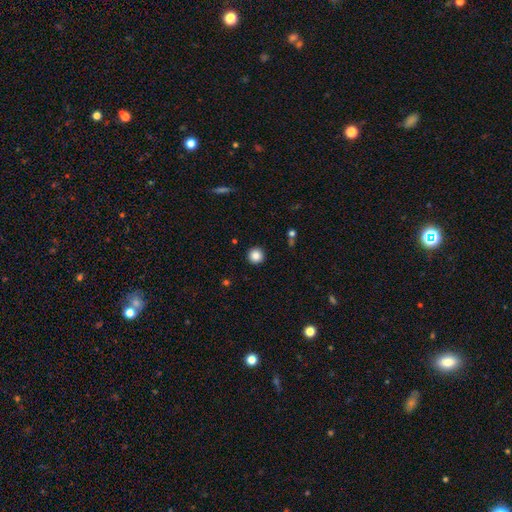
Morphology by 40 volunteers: A smooth galaxy with no disk features (85%) that is round (100%).

Vote fractions:
- Smooth or featured? smooth: 85% / star or artifact: 10% / featured or disk: 5%
- How rounded? round: 100% / in between: 0% / cigar-shaped: 0%
- Merging? none: 97% / minor disturbance: 3% / major disturbance: 0% / merger: 0%